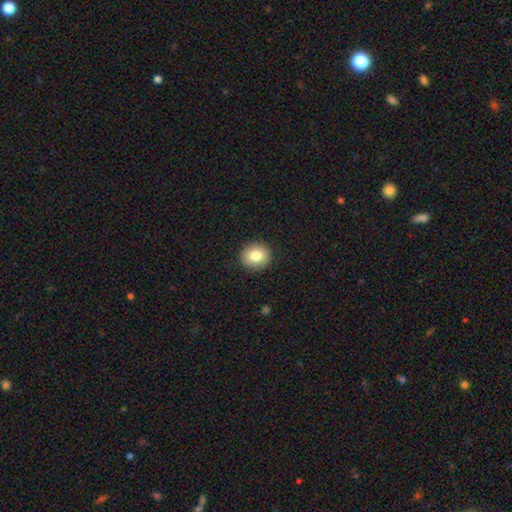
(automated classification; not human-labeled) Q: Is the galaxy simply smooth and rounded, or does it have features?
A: smooth — 82%.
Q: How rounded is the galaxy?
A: round — 79%.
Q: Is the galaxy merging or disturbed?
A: none — 91%.